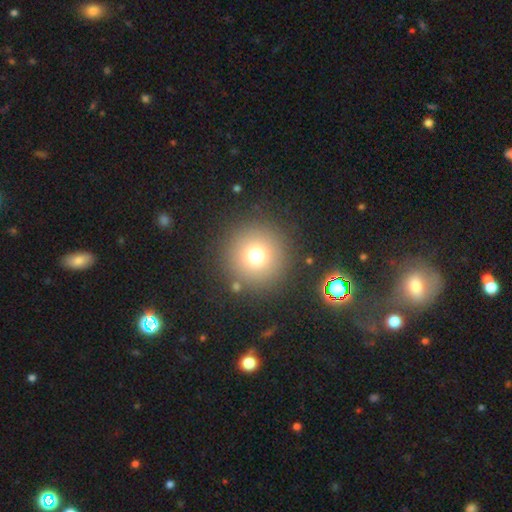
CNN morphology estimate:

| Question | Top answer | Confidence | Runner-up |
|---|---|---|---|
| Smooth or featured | smooth | 73% | star or artifact (17%) |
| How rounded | round | 96% | in between (3%) |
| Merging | none | 87% | minor disturbance (7%) |